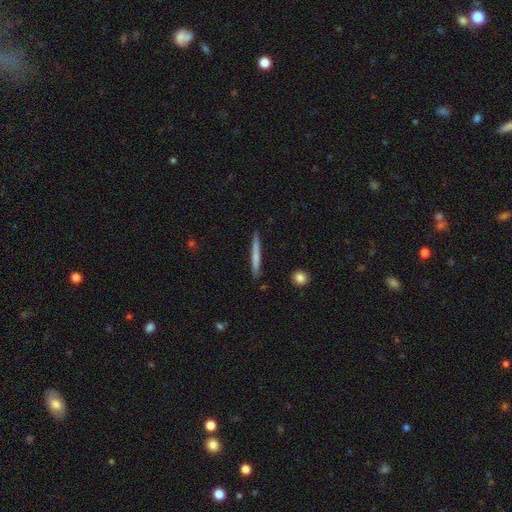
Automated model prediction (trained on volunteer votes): Q: Smooth or featured?
A: smooth (65%); runner-up: featured or disk (30%)
Q: How rounded?
A: cigar-shaped (96%); runner-up: in between (2%)
Q: Merging?
A: none (89%); runner-up: minor disturbance (8%)